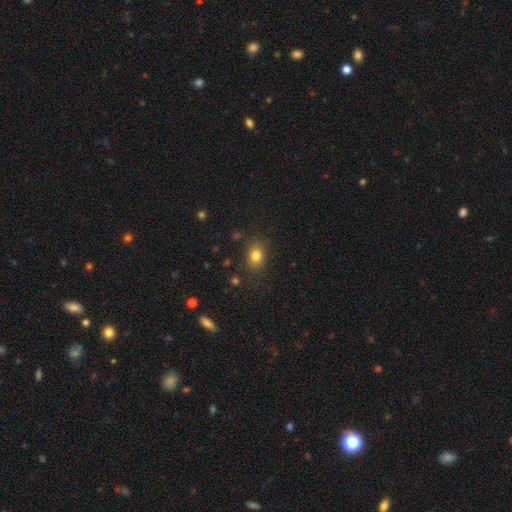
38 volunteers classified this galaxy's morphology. smooth 89%, featured or disk 8%, star or artifact 3%. Down the decision tree: how rounded — in between (59%); merging — none (70%).